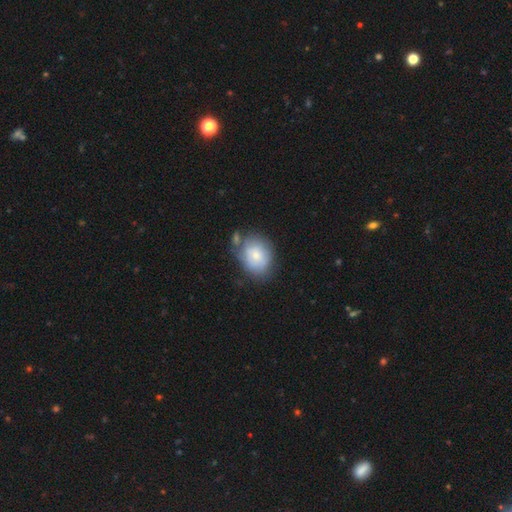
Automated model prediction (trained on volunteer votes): A smooth galaxy with no disk features (72%) that is round (52%).

Vote fractions:
- Smooth or featured? smooth: 72% / featured or disk: 21% / star or artifact: 7%
- How rounded? round: 52% / in between: 47% / cigar-shaped: 1%
- Merging? none: 55% / minor disturbance: 24% / merger: 12% / major disturbance: 9%